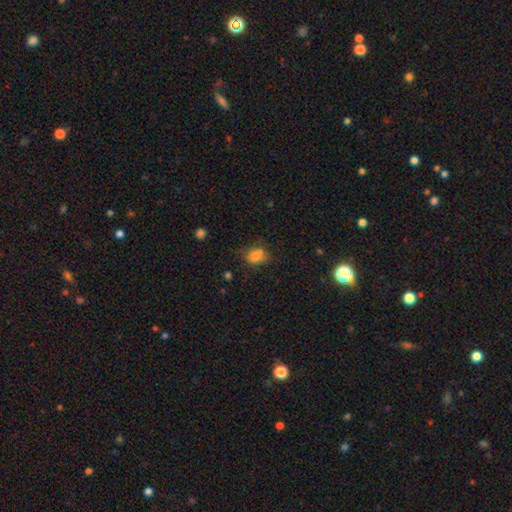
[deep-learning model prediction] smooth_or_featured: smooth (p=0.76) [alt: star or artifact p=0.13]
how_rounded: in between (p=0.60) [alt: round p=0.39]
merging: none (p=0.58) [alt: minor disturbance p=0.26]